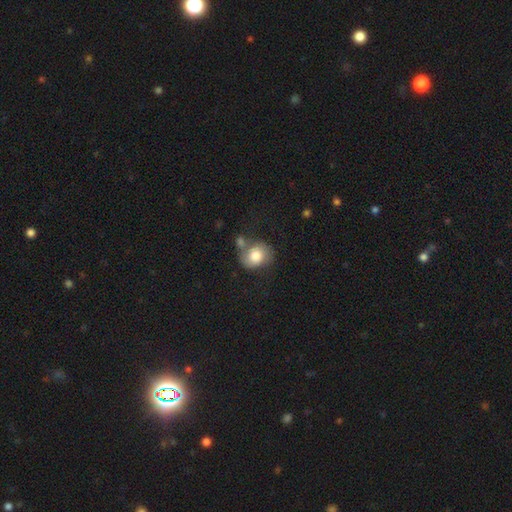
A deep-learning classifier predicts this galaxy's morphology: type=smooth (73%); roundness=round (58%); merging=none (48%).